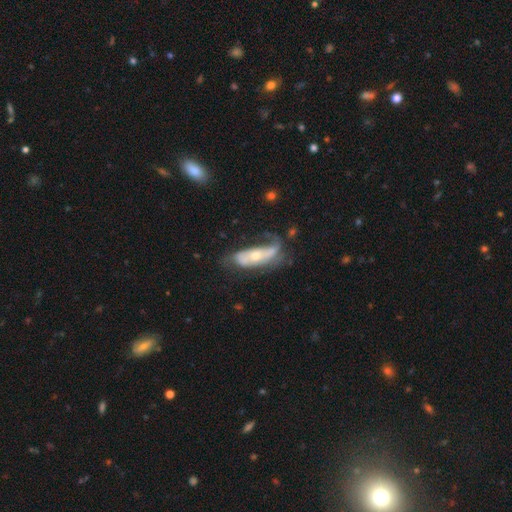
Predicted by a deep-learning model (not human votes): A featured or disk galaxy (63%) with no bar (65%), spiral arms (70%) and a small central bulge (49%).

Vote fractions:
- Smooth or featured? featured or disk: 63% / smooth: 30% / star or artifact: 7%
- Edge-on disk? no: 82% / yes: 18%
- Bar? no: 65% / weak: 20% / strong: 15%
- Spiral arms? yes: 70% / no: 30%
- Bulge size? small: 49% / moderate: 46% / large: 3% / none: 1% / dominant: 1%
- Merging? none: 37% / major disturbance: 30% / minor disturbance: 29% / merger: 4%